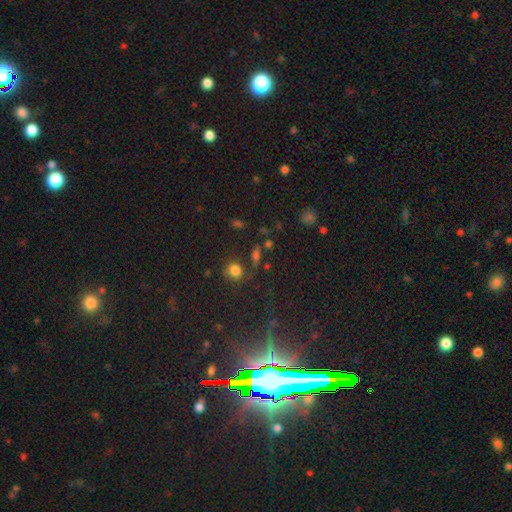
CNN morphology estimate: A star or artifact, not a galaxy (46%, tied with smooth).

Vote fractions:
- Smooth or featured? star or artifact: 46% (tied) / smooth: 46% (tied) / featured or disk: 8%